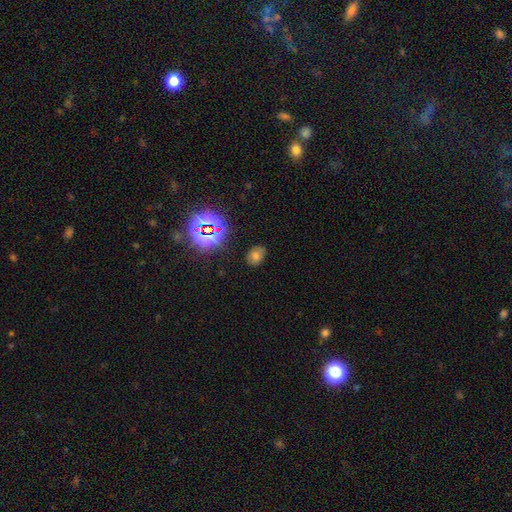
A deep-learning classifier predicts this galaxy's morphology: This is possibly a smooth galaxy (56%). How rounded: likely in between (64%). Merging: clearly none (83%).